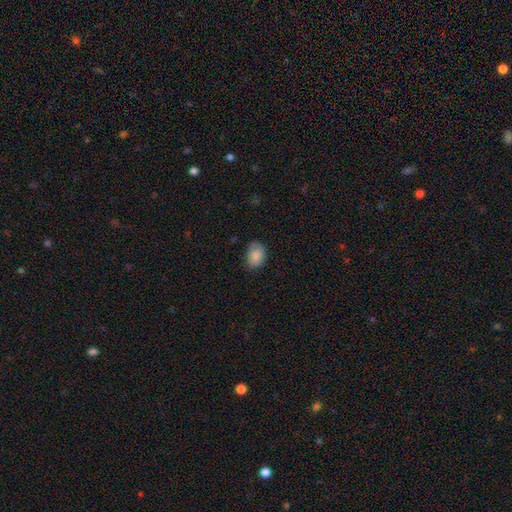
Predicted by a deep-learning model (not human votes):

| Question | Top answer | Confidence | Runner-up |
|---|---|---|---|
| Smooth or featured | smooth | 85% | star or artifact (8%) |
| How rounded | in between | 73% | round (26%) |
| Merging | none | 70% | minor disturbance (25%) |